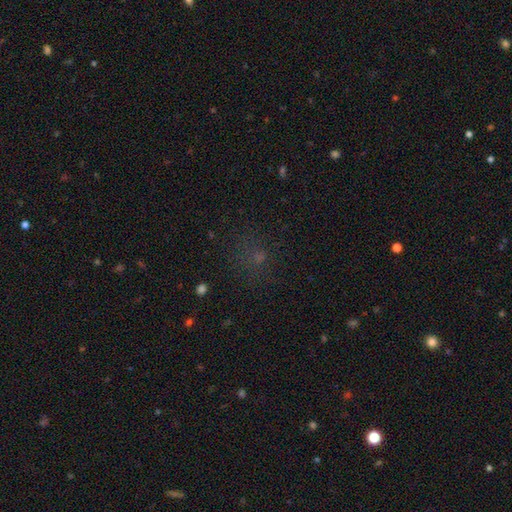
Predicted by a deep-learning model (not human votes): This is possibly a star or artifact rather than a galaxy (45%, tied with smooth).